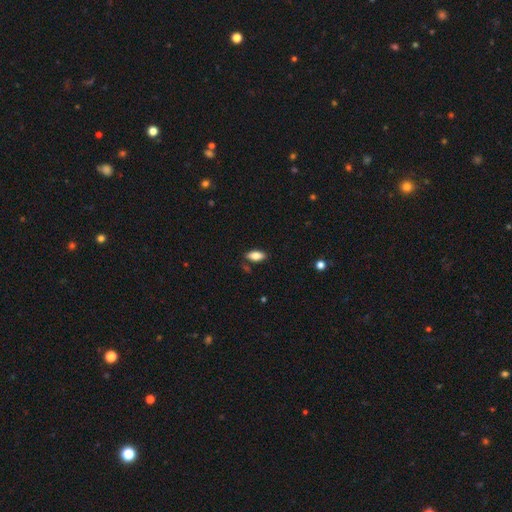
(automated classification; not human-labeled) Smooth or featured?
  - smooth: 81% *
  - featured or disk: 12%
  - star or artifact: 7%
How rounded?
  - in between: 89% *
  - cigar-shaped: 8%
  - round: 3%
Merging?
  - none: 84% *
  - minor disturbance: 11%
  - merger: 3%
  - major disturbance: 2%